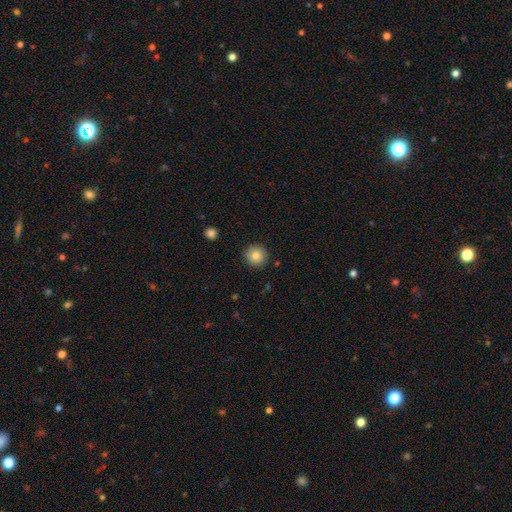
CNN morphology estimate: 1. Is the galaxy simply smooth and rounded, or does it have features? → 83% smooth, 9% star or artifact, 7% featured or disk.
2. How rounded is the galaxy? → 94% round, 5% in between, 1% cigar-shaped.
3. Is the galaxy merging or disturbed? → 90% none, 7% minor disturbance, 2% major disturbance, 1% merger.